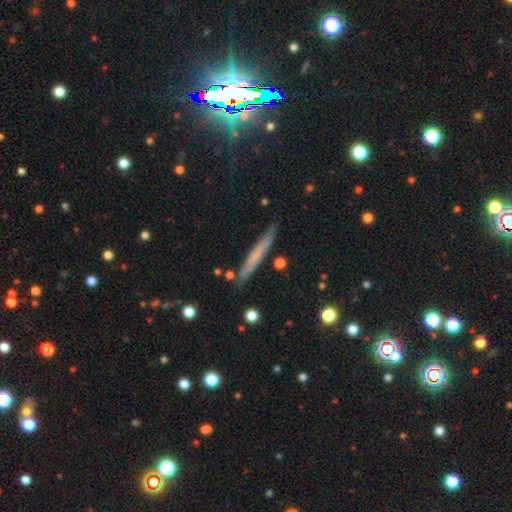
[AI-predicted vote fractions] A smooth galaxy with no disk features (57%) that is cigar-shaped (95%). Merging: none (86%).